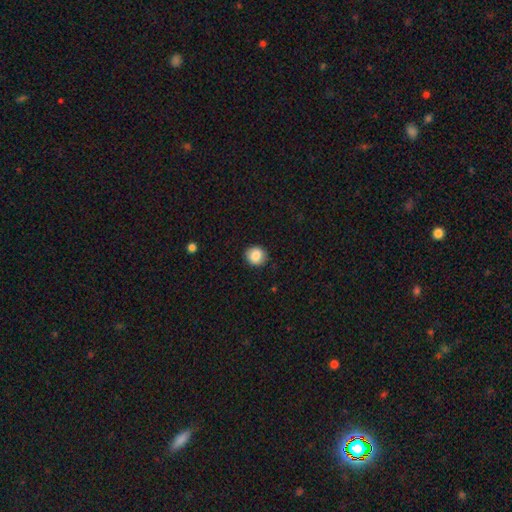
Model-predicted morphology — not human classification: A smooth galaxy with no disk features (85%) that is round (86%). Merging: none (89%).